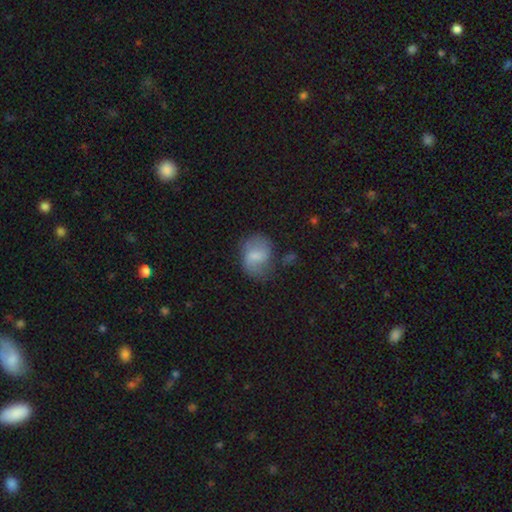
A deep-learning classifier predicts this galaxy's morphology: Q: Smooth or featured?
A: smooth (58%); runner-up: featured or disk (34%)
Q: How rounded?
A: in between (54%); runner-up: round (45%)
Q: Merging?
A: none (50%); runner-up: minor disturbance (29%)